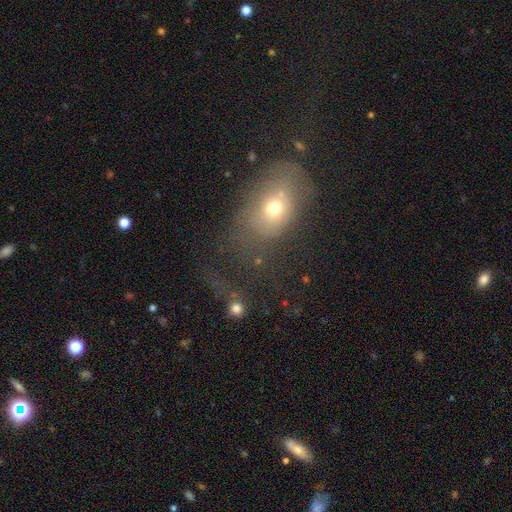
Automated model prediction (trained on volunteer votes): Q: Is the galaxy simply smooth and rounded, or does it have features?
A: smooth — 57%.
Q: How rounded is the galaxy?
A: in between — 73%.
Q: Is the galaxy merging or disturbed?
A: none — 42%.